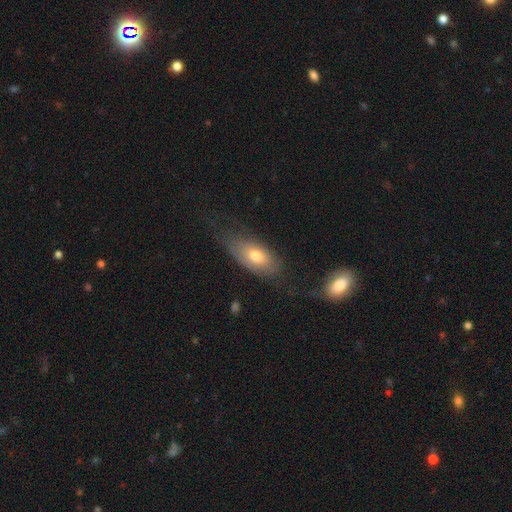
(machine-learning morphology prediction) type=smooth (67%); roundness=in between (87%); merging=none (55%).